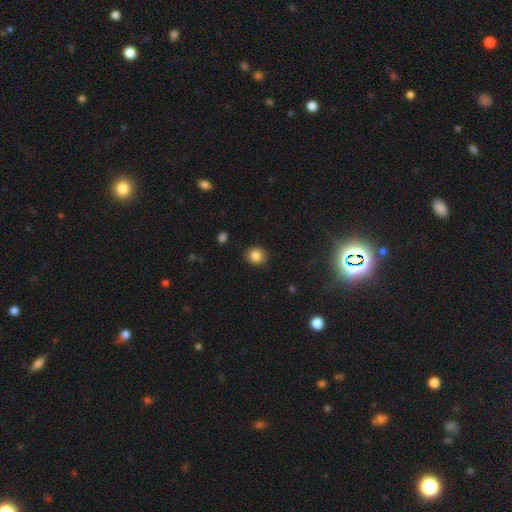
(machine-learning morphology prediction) Overall: smooth (84%). How rounded: round (76%). Merging: none (88%).